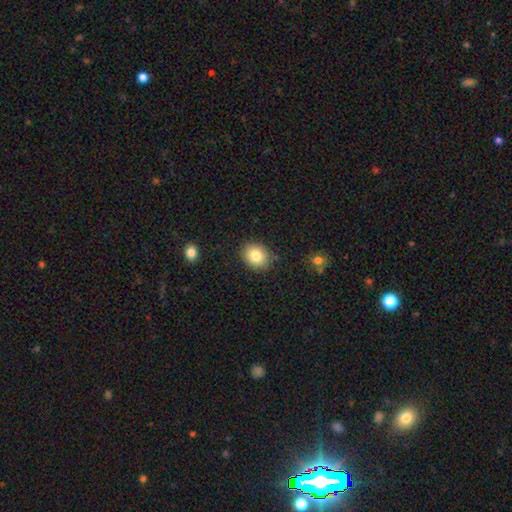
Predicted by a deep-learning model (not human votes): The model was most divided on "how rounded": round: 58%, in between: 41%, cigar-shaped: 1%. More confident: merging — none (87%); smooth or featured — smooth (81%).